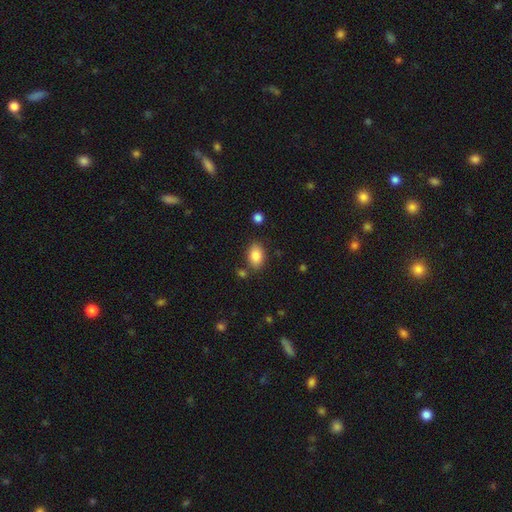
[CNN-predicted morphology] Smooth or featured?
  - smooth: 85% *
  - star or artifact: 8%
  - featured or disk: 7%
How rounded?
  - in between: 85% *
  - round: 13%
  - cigar-shaped: 1%
Merging?
  - none: 80% *
  - minor disturbance: 12%
  - merger: 5%
  - major disturbance: 3%